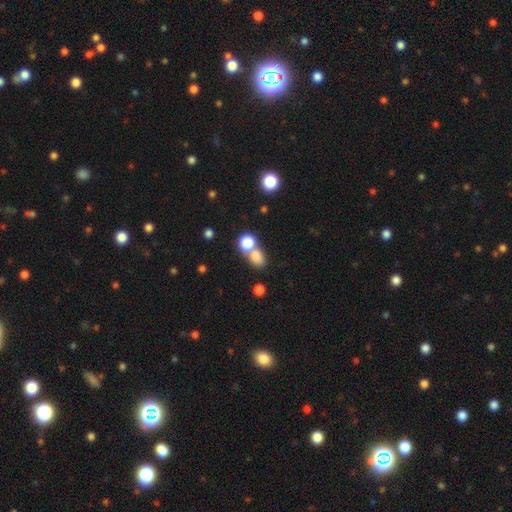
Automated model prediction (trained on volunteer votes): Morphology: type=smooth (79%); roundness=round (51%); merging=merger (51%).